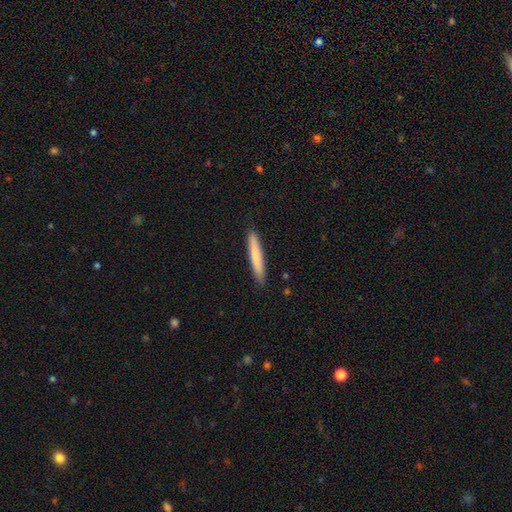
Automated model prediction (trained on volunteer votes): Q: Smooth or featured?
A: smooth (76%); runner-up: featured or disk (19%)
Q: How rounded?
A: cigar-shaped (95%); runner-up: in between (4%)
Q: Merging?
A: none (91%); runner-up: minor disturbance (7%)